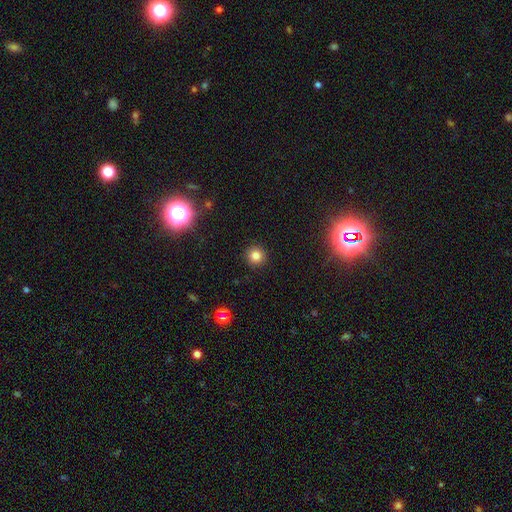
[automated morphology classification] smooth 80%, star or artifact 14%, featured or disk 6%. Down the decision tree: how rounded — round (95%); merging — none (92%).